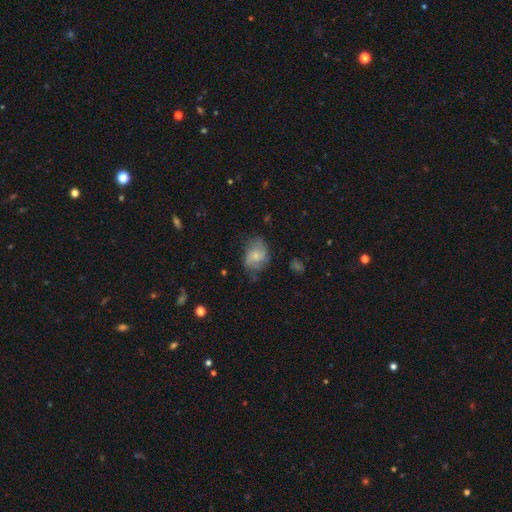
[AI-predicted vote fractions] Smooth or featured? smooth (52%)
How rounded? in between (59%)
Merging? none (56%)